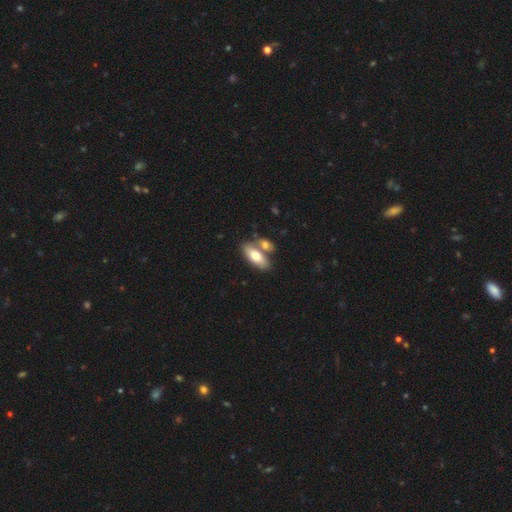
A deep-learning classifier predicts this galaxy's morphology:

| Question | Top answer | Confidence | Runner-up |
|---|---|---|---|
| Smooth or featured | smooth | 70% | featured or disk (24%) |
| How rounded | in between | 83% | cigar-shaped (14%) |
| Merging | none | 54% | merger (34%) |